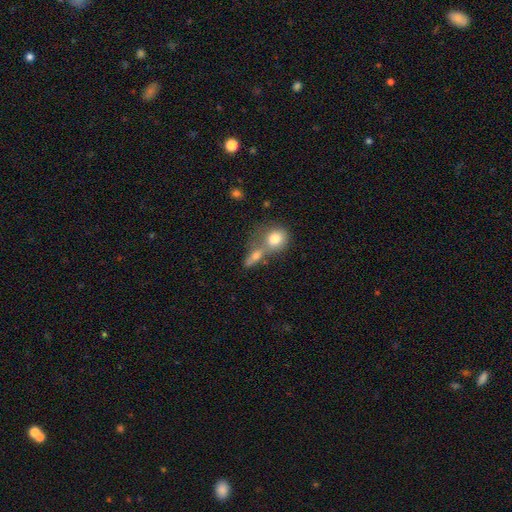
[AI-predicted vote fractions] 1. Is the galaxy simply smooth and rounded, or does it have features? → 68% smooth, 21% featured or disk, 11% star or artifact.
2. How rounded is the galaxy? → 51% in between, 26% round, 23% cigar-shaped.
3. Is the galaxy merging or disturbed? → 51% merger, 34% none, 9% minor disturbance, 5% major disturbance.